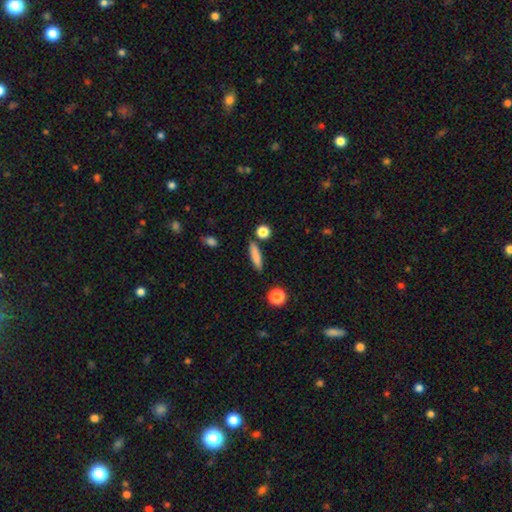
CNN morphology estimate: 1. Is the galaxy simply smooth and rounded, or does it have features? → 83% smooth, 10% featured or disk, 7% star or artifact.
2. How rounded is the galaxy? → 77% cigar-shaped, 19% in between, 4% round.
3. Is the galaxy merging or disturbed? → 85% none, 8% minor disturbance, 4% merger, 2% major disturbance.